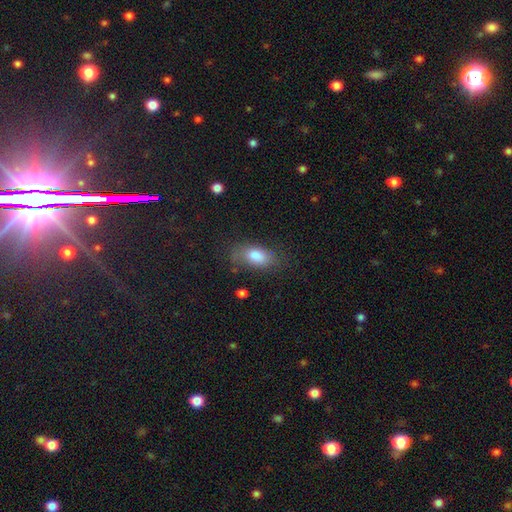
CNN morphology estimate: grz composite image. It shows a smooth galaxy with no disk features (80%) that is in between round and cigar-shaped (88%). Merging: none (67%).